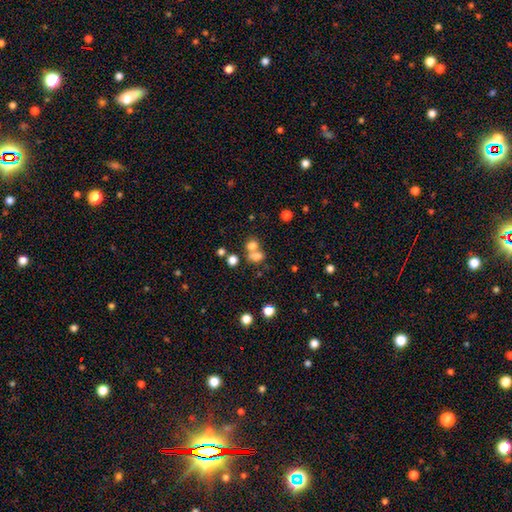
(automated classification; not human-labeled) smooth_or_featured: smooth (p=0.73) [alt: star or artifact p=0.15]
how_rounded: in between (p=0.63) [alt: round p=0.35]
merging: merger (p=0.50) [alt: none p=0.36]